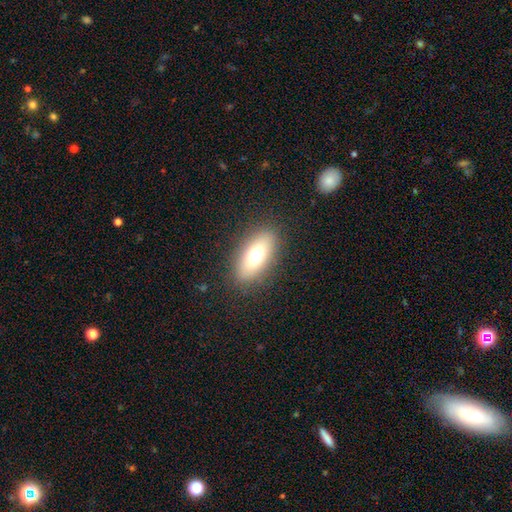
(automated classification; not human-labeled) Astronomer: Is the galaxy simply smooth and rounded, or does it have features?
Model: smooth — 67%.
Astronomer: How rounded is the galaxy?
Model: in between — 78%.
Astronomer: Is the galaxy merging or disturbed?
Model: none — 86%.